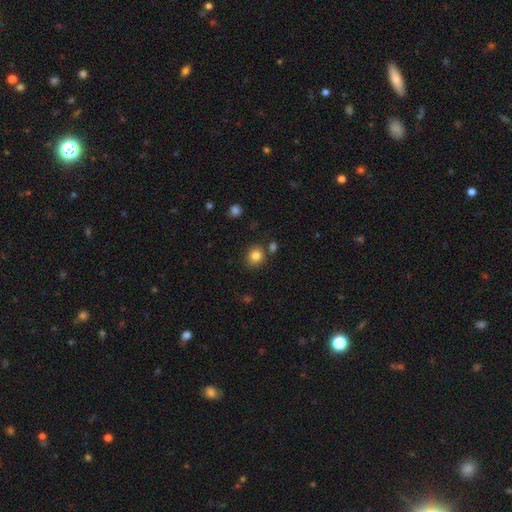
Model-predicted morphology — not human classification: Overall: smooth (83%). How rounded: round (83%). Merging: none (80%).